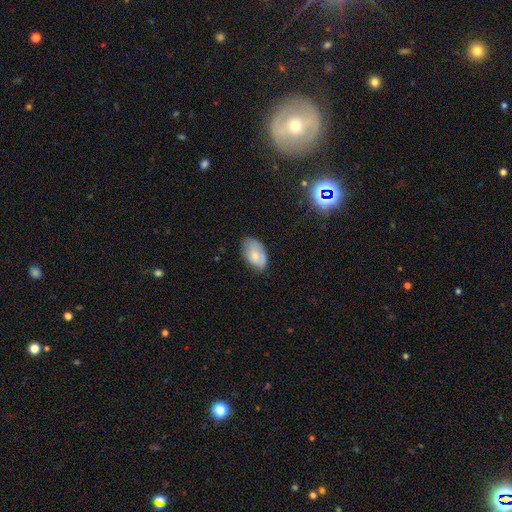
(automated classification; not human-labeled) A smooth galaxy with no disk features (71%) that is in between round and cigar-shaped (91%). Merging: none (66%).